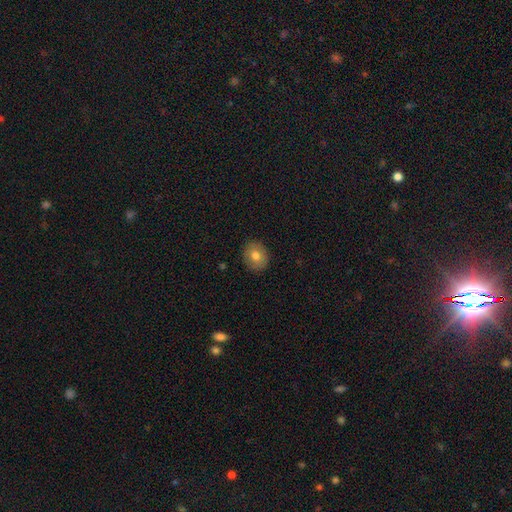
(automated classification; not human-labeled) smooth-or-featured: smooth: 76% | featured or disk: 16% | star or artifact: 8%
  how-rounded: round: 72% | in between: 27% | cigar-shaped: 1%
  merging: none: 89% | minor disturbance: 8% | major disturbance: 2% | merger: 1%